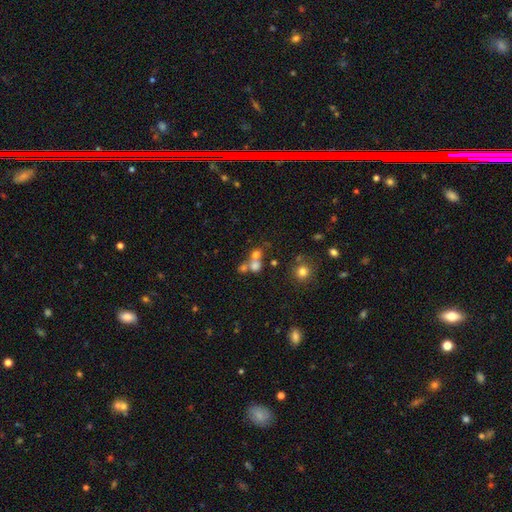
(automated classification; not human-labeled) A smooth galaxy with no disk features (65%) that is round (81%). Merging: merger (52%).